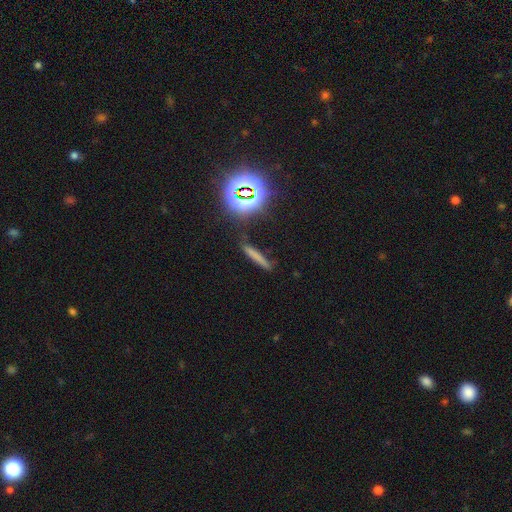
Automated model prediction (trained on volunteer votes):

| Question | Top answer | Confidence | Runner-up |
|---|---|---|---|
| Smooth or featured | smooth | 62% | star or artifact (22%) |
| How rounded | cigar-shaped | 91% | in between (6%) |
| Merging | none | 80% | minor disturbance (13%) |